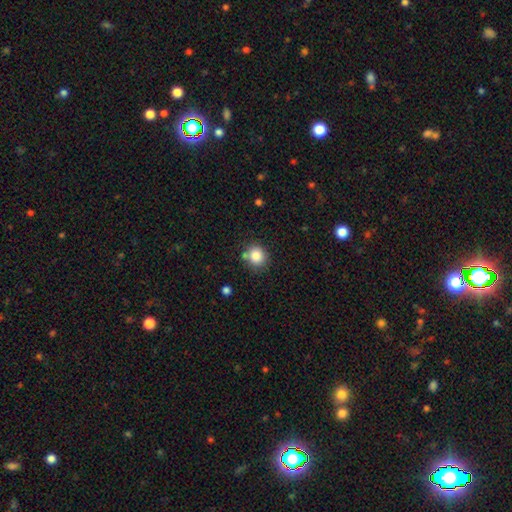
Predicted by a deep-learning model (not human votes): Smooth or featured: smooth — 85% (star or artifact — 10%)
How rounded: round — 82% (in between — 17%)
Merging: none — 75% (minor disturbance — 13%)